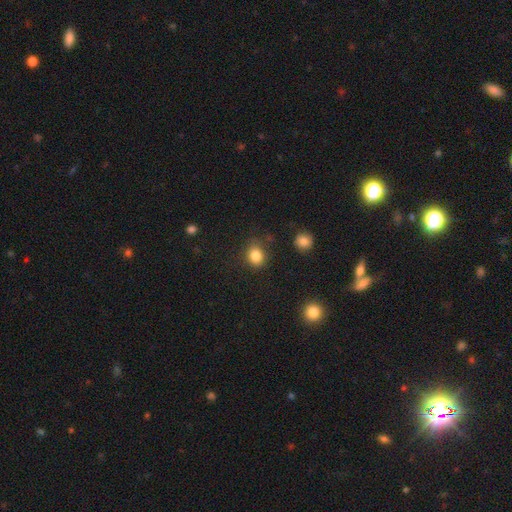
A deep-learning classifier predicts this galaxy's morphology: Smooth or featured?
  - smooth: 84% *
  - star or artifact: 11%
  - featured or disk: 5%
How rounded?
  - round: 63% *
  - in between: 36%
  - cigar-shaped: 1%
Merging?
  - none: 80% *
  - minor disturbance: 14%
  - major disturbance: 4%
  - merger: 2%